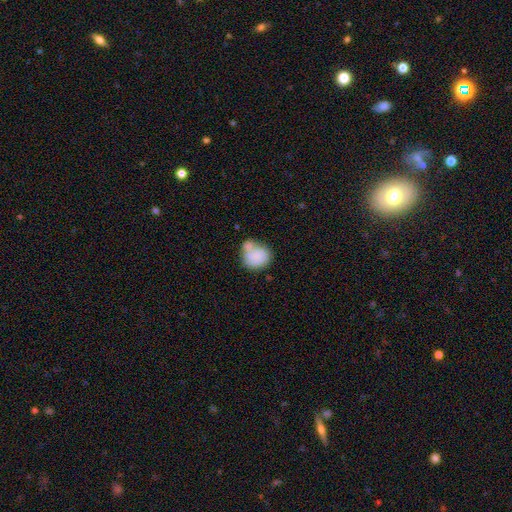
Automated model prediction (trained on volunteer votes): Smooth or featured? smooth (76%)
How rounded? round (66%)
Merging? merger (38%)